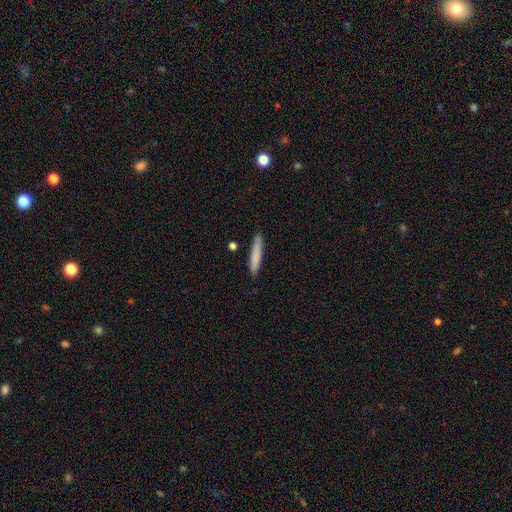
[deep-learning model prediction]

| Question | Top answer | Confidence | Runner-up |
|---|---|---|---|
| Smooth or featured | smooth | 81% | featured or disk (13%) |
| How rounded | cigar-shaped | 93% | in between (5%) |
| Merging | none | 87% | minor disturbance (9%) |